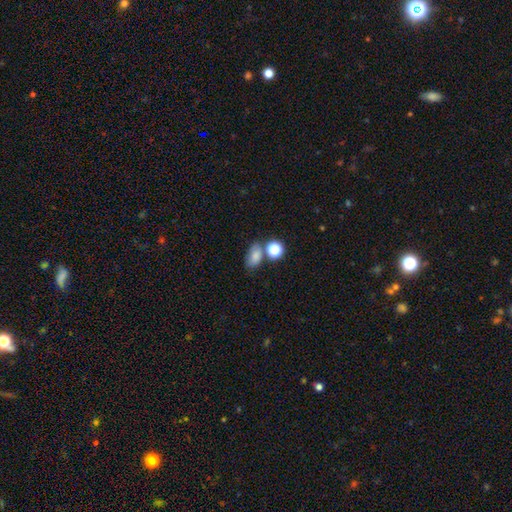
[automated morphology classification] smooth-or-featured: smooth: 77% | star or artifact: 14% | featured or disk: 9%
  how-rounded: in between: 78% | round: 20% | cigar-shaped: 2%
  merging: none: 55% | merger: 23% | minor disturbance: 16% | major disturbance: 6%